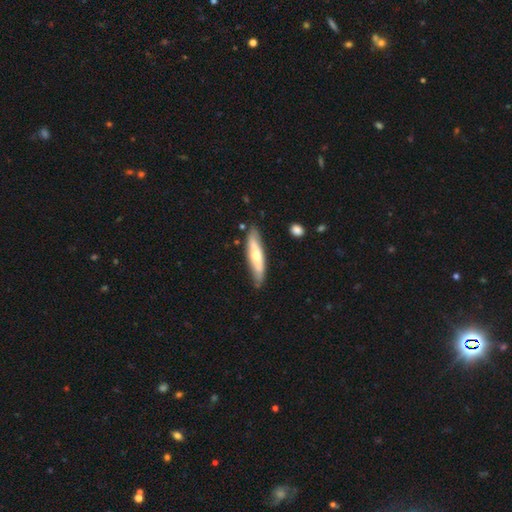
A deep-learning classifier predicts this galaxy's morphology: smooth_or_featured: smooth (p=0.48) [alt: featured or disk p=0.47]
merging: none (p=0.77) [alt: minor disturbance p=0.17]